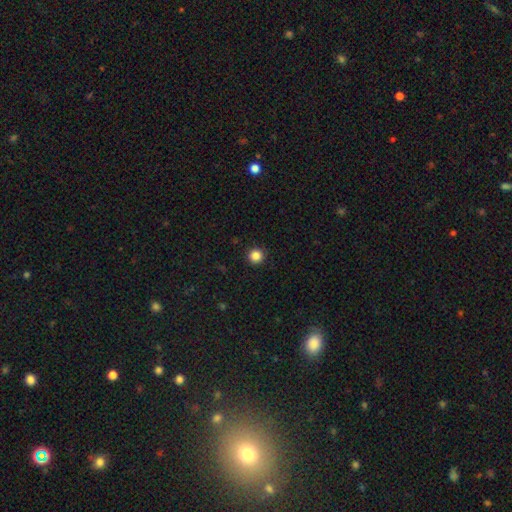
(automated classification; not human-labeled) Smooth or featured?
  - smooth: 85% *
  - star or artifact: 12%
  - featured or disk: 3%
How rounded?
  - round: 96% *
  - in between: 3%
  - cigar-shaped: 1%
Merging?
  - none: 93% *
  - minor disturbance: 5%
  - major disturbance: 2%
  - merger: 1%